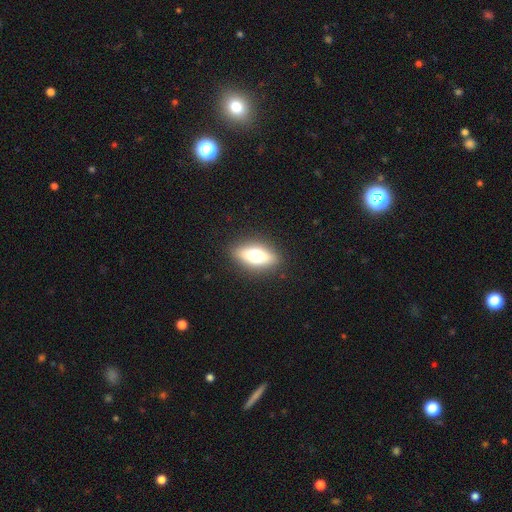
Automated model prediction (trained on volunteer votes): Morphology: type=smooth (60%); roundness=in between (72%); merging=none (88%).